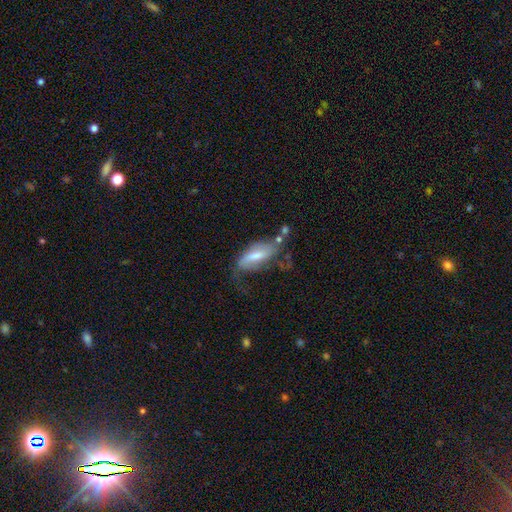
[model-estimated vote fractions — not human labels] Q: Smooth or featured?
A: smooth (49%); runner-up: featured or disk (44%)
Q: Merging?
A: none (34%); runner-up: minor disturbance (29%)